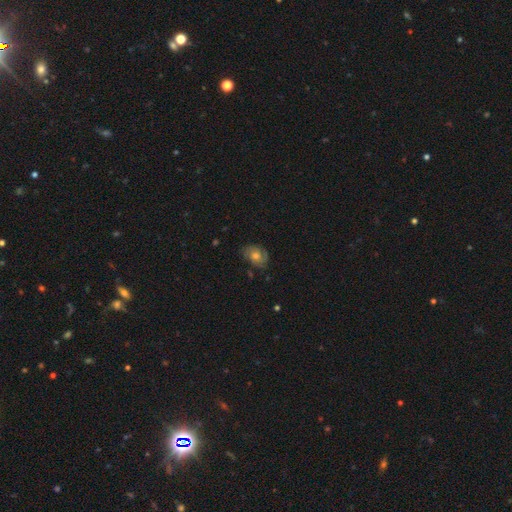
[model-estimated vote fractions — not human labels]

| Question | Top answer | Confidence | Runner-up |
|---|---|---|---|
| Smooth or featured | featured or disk | 53% | smooth (35%) |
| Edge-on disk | no | 96% | yes (4%) |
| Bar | no | 80% | weak (18%) |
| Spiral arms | yes | 81% | no (19%) |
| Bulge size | moderate | 67% | small (19%) |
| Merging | none | 73% | minor disturbance (20%) |